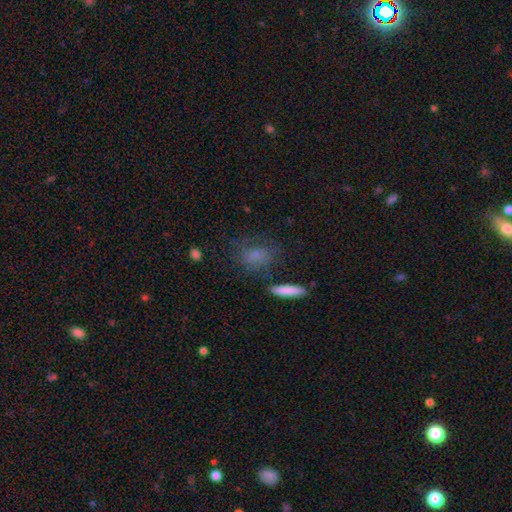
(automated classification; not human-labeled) This appears to be a smooth galaxy with no disk features (69%) that is in between round and cigar-shaped (58%). Merging: none (59%).